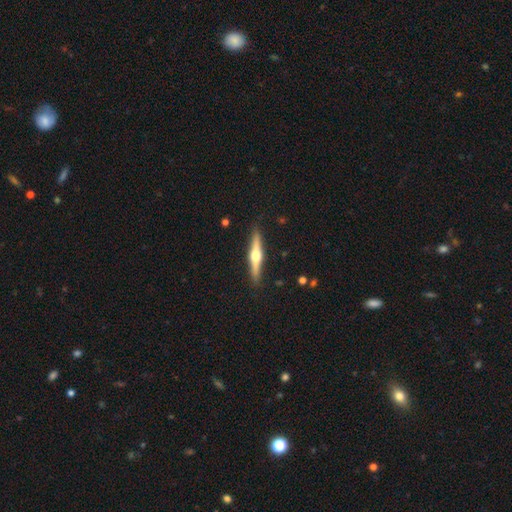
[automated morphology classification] This is likely a featured or disk galaxy (69%). It is clearly viewed edge-on (98%). Edge-on bulge: clearly rounded (94%). Merging: clearly none (89%).